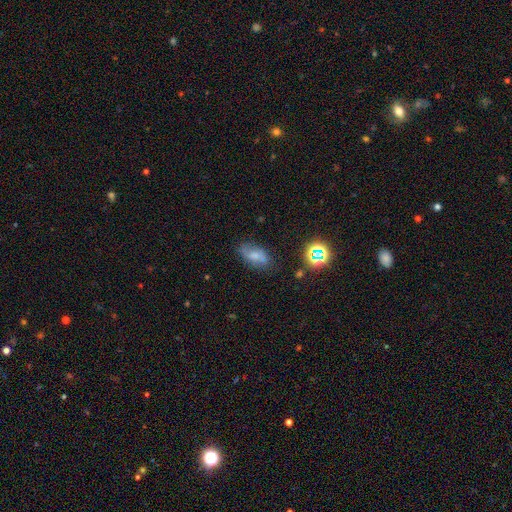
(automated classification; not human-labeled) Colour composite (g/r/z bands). It shows a smooth galaxy with no disk features (55%) that is in between round and cigar-shaped (88%). Merging: none (69%).